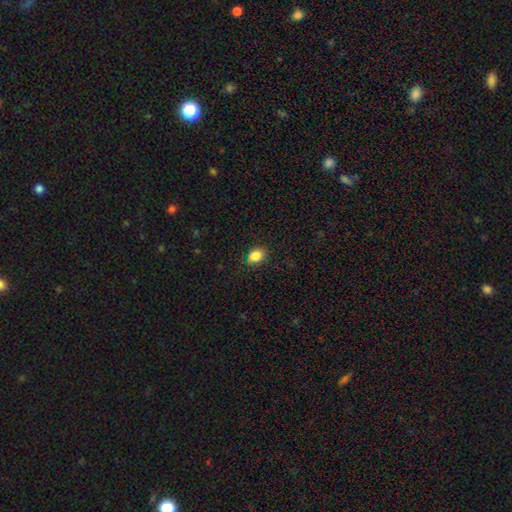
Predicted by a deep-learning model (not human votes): Smooth or featured? smooth (85%)
How rounded? in between (60%)
Merging? none (85%)